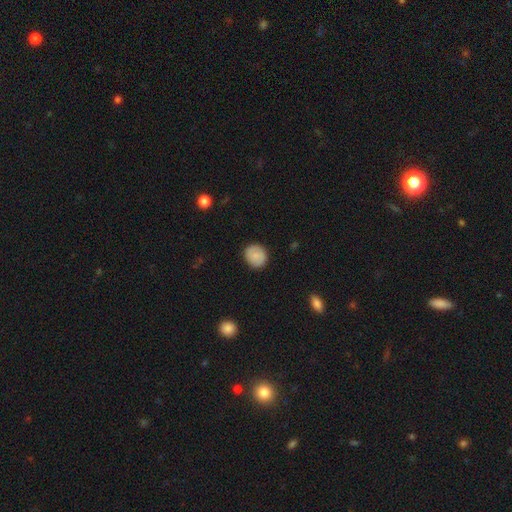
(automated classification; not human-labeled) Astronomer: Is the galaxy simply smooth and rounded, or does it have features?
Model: smooth — 78%.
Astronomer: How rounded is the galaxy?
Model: round — 80%.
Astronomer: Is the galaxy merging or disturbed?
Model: none — 87%.